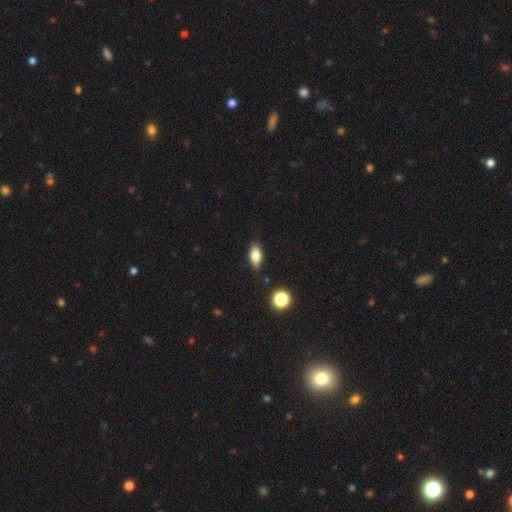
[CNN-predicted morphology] The model was most divided on "smooth or featured": smooth: 75%, featured or disk: 16%, star or artifact: 9%. More confident: merging — none (85%); how rounded — in between (84%).